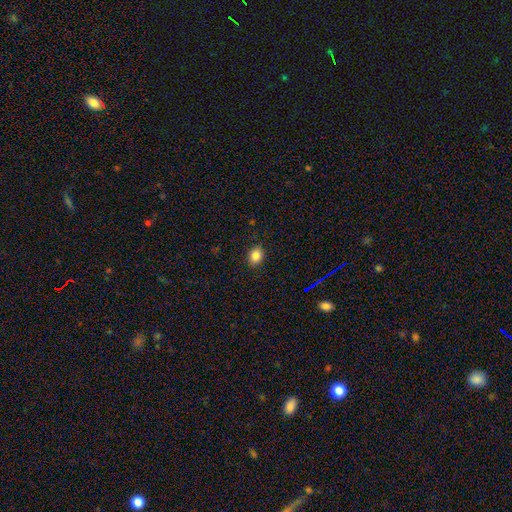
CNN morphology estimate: This appears to be a smooth galaxy with no disk features (84%) that is in between round and cigar-shaped (50%). Merging: none (88%).